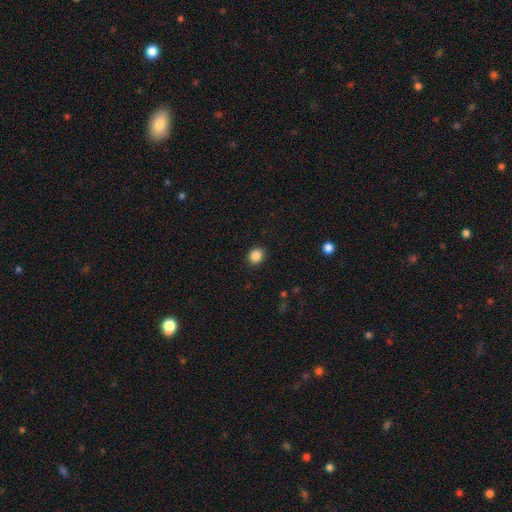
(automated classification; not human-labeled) Smooth or featured? Predicted: smooth (p=0.87). How rounded? Predicted: round (p=0.79). Merging? Predicted: none (p=0.91).